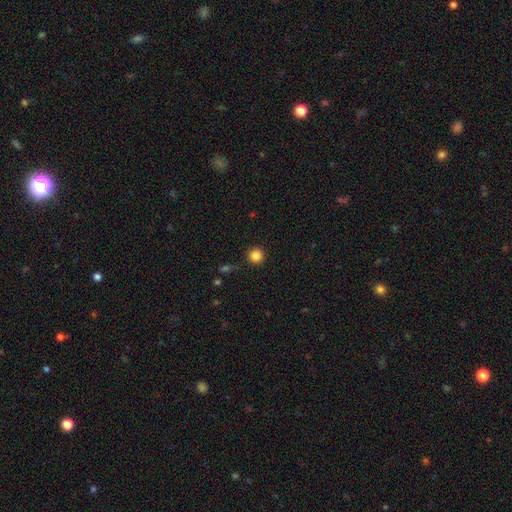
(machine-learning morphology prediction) Smooth or featured? smooth (85%)
How rounded? round (96%)
Merging? none (91%)